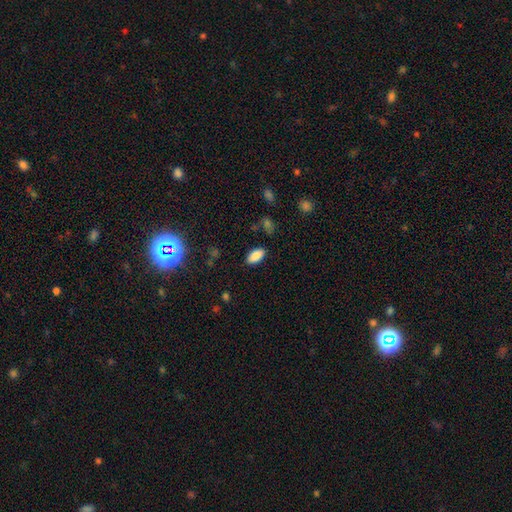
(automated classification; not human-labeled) This is clearly a smooth galaxy (87%). How rounded: clearly in between (92%). Merging: clearly none (85%).